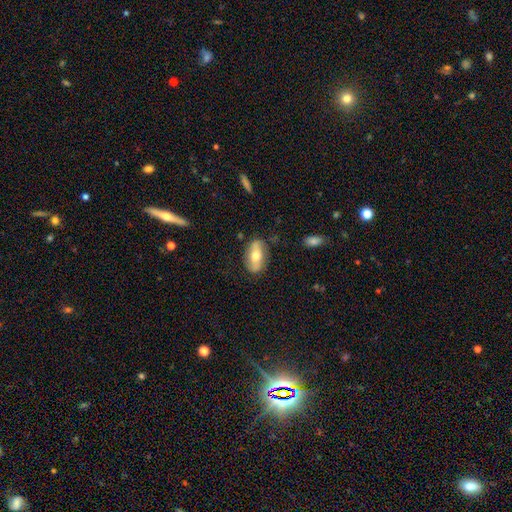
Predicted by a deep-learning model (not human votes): A smooth galaxy with no disk features (53%) that is in between round and cigar-shaped (84%).

Vote fractions:
- Smooth or featured? smooth: 53% / featured or disk: 40% / star or artifact: 6%
- How rounded? in between: 84% / cigar-shaped: 11% / round: 5%
- Merging? none: 79% / minor disturbance: 16% / major disturbance: 4% / merger: 2%